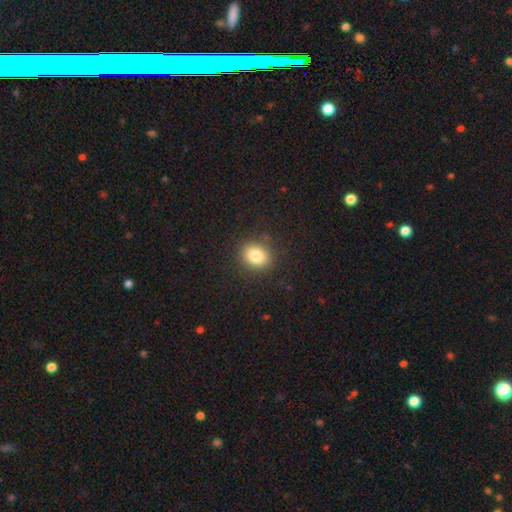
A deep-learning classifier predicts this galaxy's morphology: A smooth galaxy with no disk features (82%) that is round (60%). Merging: none (87%).